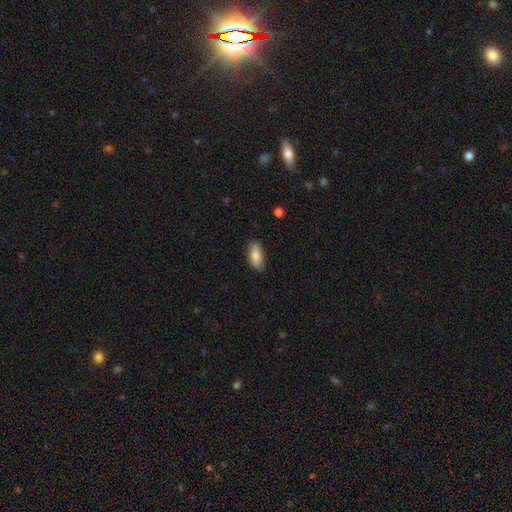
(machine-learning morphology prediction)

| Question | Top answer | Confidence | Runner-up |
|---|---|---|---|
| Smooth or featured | smooth | 84% | featured or disk (10%) |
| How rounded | in between | 82% | cigar-shaped (16%) |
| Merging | none | 83% | minor disturbance (13%) |